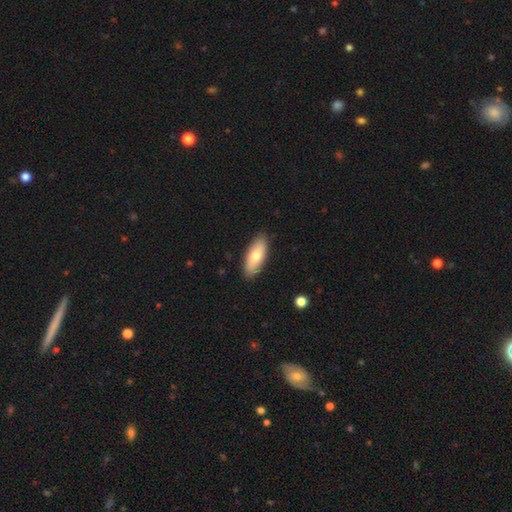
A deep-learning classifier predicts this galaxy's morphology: type=smooth (75%); roundness=in between (79%); merging=none (88%).